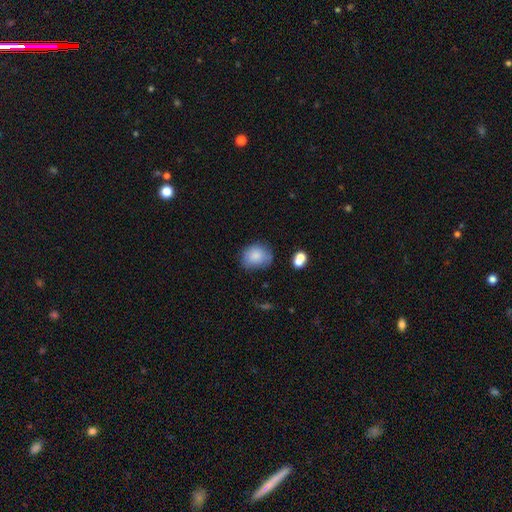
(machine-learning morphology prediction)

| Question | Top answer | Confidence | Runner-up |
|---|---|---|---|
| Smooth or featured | smooth | 83% | star or artifact (9%) |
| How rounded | round | 57% | in between (41%) |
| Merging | none | 63% | minor disturbance (26%) |